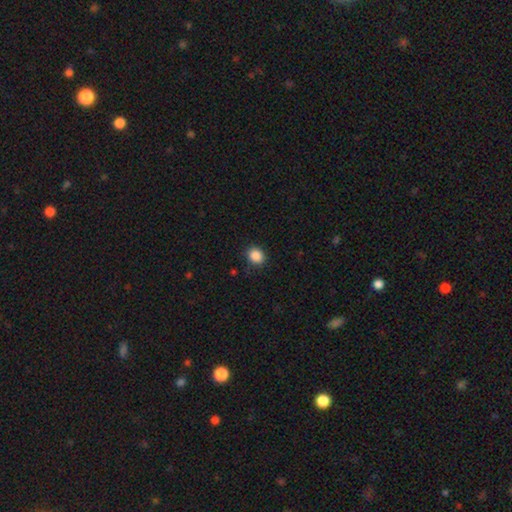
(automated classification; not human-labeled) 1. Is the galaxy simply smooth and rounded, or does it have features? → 88% smooth, 9% star or artifact, 3% featured or disk.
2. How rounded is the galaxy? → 69% round, 30% in between, 1% cigar-shaped.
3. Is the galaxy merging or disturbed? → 87% none, 10% minor disturbance, 3% major disturbance, 1% merger.